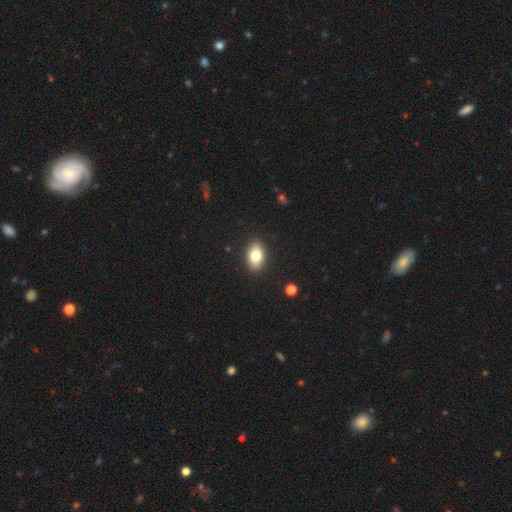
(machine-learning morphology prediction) This appears to be a smooth galaxy with no disk features (78%) that is in between round and cigar-shaped (86%). Merging: none (89%).